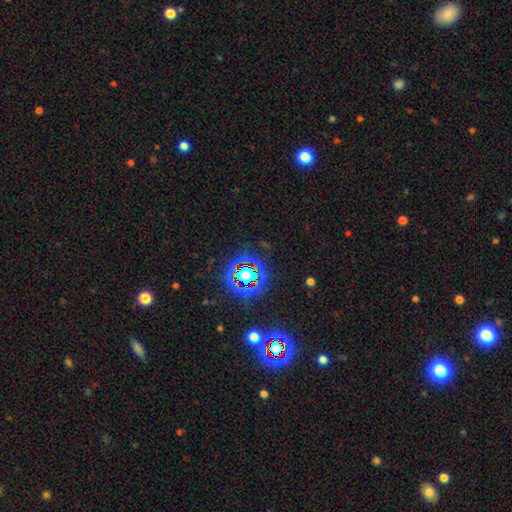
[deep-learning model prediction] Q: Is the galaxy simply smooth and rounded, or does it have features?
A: star or artifact — 77%.